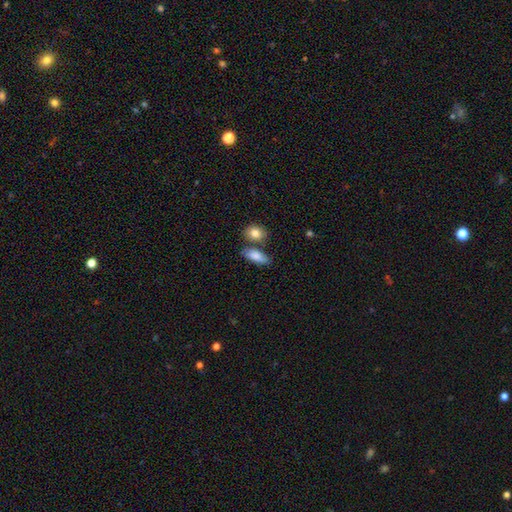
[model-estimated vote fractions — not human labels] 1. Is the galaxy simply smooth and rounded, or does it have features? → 83% smooth, 10% featured or disk, 7% star or artifact.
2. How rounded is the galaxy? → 79% in between, 16% cigar-shaped, 5% round.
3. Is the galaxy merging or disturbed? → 61% none, 18% merger, 16% minor disturbance, 4% major disturbance.